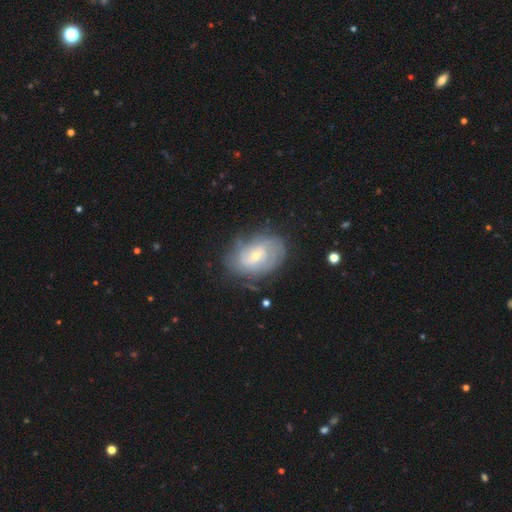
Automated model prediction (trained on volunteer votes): Morphology: type=featured or disk (76%); edge-on=no (96%); bar=no (55%); spiral arms=yes (88%); winding=tight (60%); arm count=can't tell (44%); bulge=small (63%); merging=none (68%).